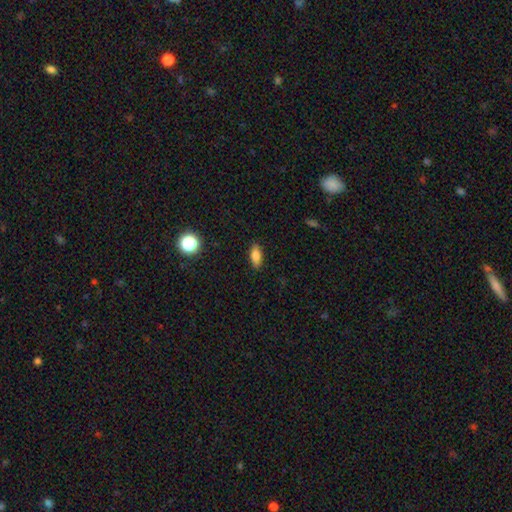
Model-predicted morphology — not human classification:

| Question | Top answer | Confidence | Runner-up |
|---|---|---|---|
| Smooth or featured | smooth | 81% | featured or disk (10%) |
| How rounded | in between | 81% | cigar-shaped (15%) |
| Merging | none | 88% | minor disturbance (8%) |